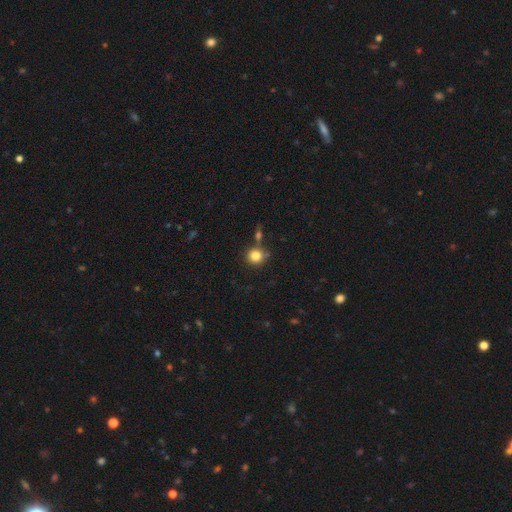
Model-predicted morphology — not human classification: smooth 82%, star or artifact 11%, featured or disk 7%. Down the decision tree: how rounded — round (91%); merging — none (73%).